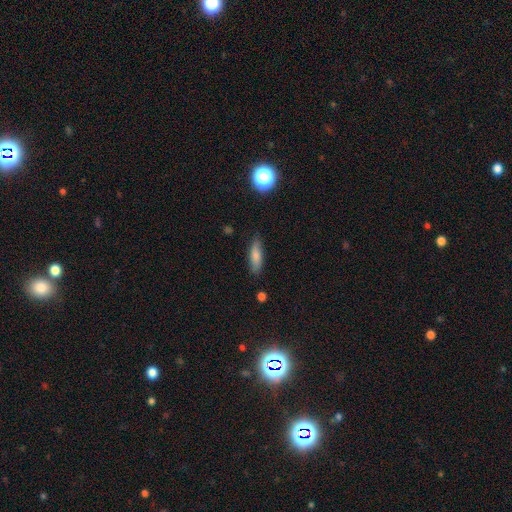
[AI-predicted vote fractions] smooth_or_featured: smooth (p=0.76) [alt: featured or disk p=0.16]
how_rounded: in between (p=0.49) [tied with: cigar-shaped p=0.49]
merging: none (p=0.82) [alt: minor disturbance p=0.14]